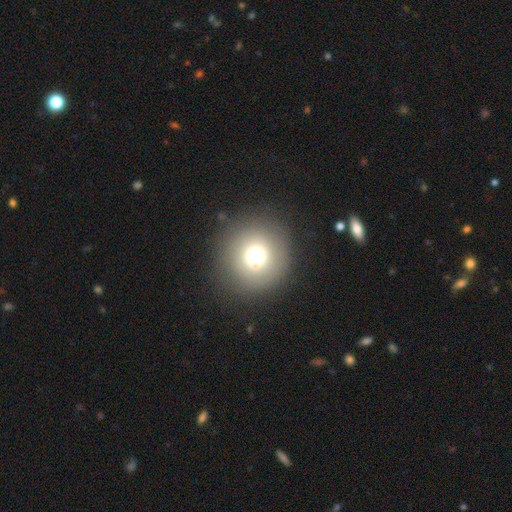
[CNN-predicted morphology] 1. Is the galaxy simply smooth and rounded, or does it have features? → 68% smooth, 17% featured or disk, 15% star or artifact.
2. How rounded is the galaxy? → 94% round, 5% in between, 1% cigar-shaped.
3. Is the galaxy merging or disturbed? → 80% none, 9% minor disturbance, 5% major disturbance, 5% merger.